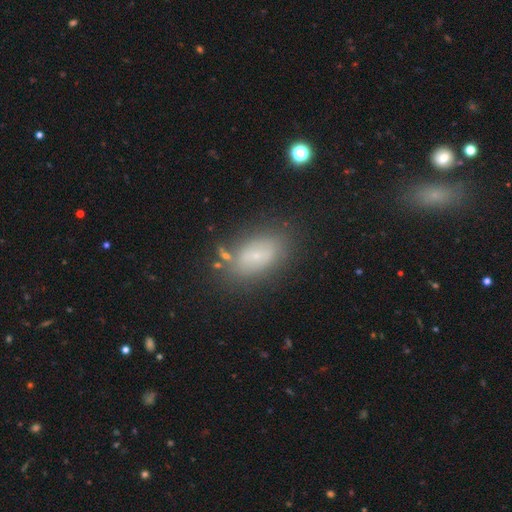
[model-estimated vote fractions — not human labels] Smooth or featured? smooth (59%)
How rounded? in between (88%)
Merging? none (70%)